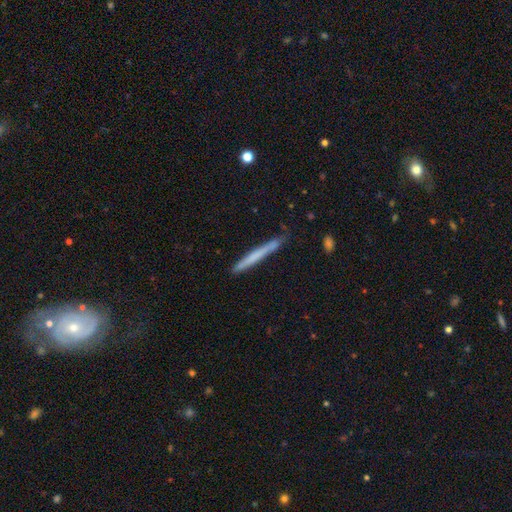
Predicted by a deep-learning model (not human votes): This appears to be a smooth galaxy with no disk features (59%) that is cigar-shaped (97%). Merging: none (82%).